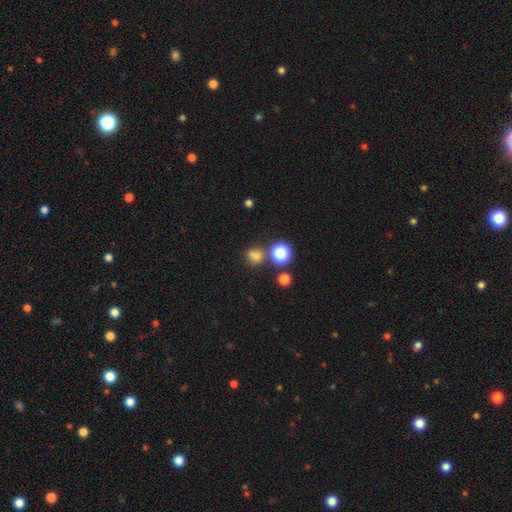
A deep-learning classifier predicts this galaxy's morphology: Overall: smooth (73%). How rounded: round (79%). Merging: none (65%).